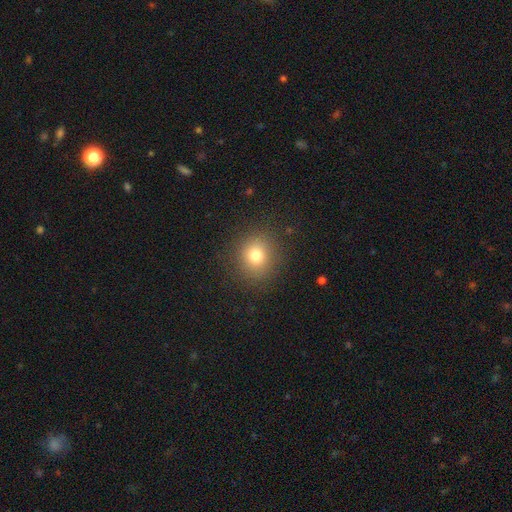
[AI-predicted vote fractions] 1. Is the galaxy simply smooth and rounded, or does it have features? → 78% smooth, 14% star or artifact, 8% featured or disk.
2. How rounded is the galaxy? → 84% round, 15% in between, 1% cigar-shaped.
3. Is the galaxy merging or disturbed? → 88% none, 8% minor disturbance, 3% major disturbance, 1% merger.